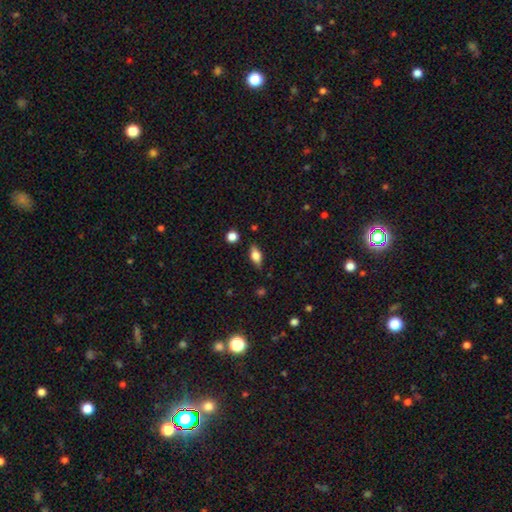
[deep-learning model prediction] Morphology: type=smooth (66%); roundness=in between (81%); merging=none (83%).